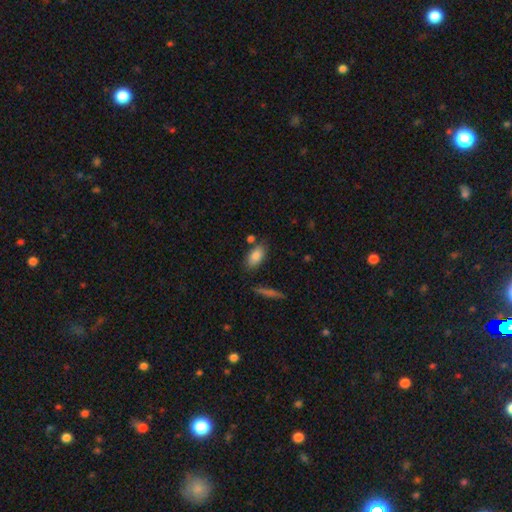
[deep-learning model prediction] This appears to be a smooth galaxy with no disk features (85%) that is in between round and cigar-shaped (90%). Merging: none (73%).